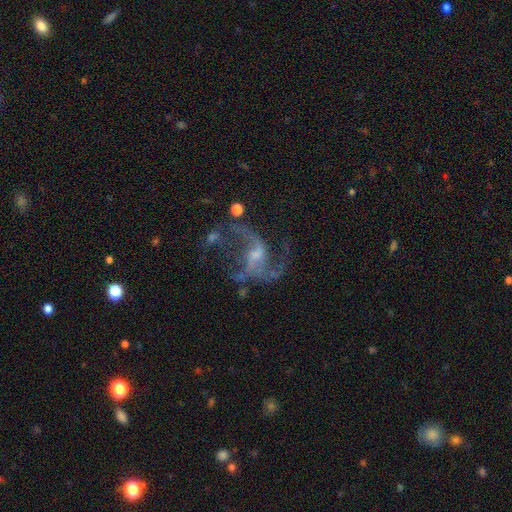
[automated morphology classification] This is clearly a featured or disk galaxy (87%). It is clearly not viewed edge-on (98%). Bar: possibly weak (51%). Spiral arm pattern: clearly yes (93%). Spiral arm count: clearly 2 (86%). Spiral winding: likely loose (73%). Central bulge: possibly small (47%). Merging: possibly none (52%).